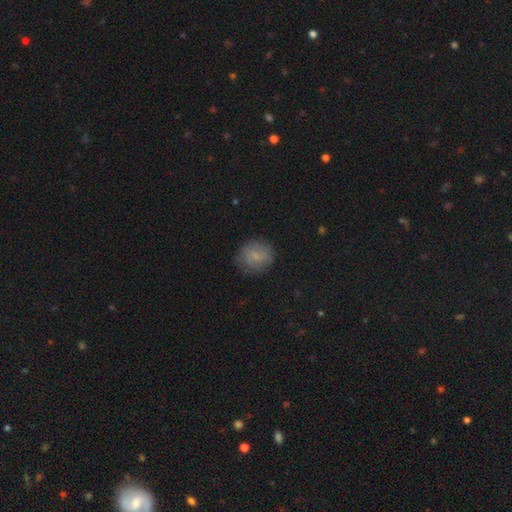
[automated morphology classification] Smooth or featured? Predicted: smooth (p=0.60). How rounded? Predicted: round (p=0.78). Merging? Predicted: none (p=0.75).